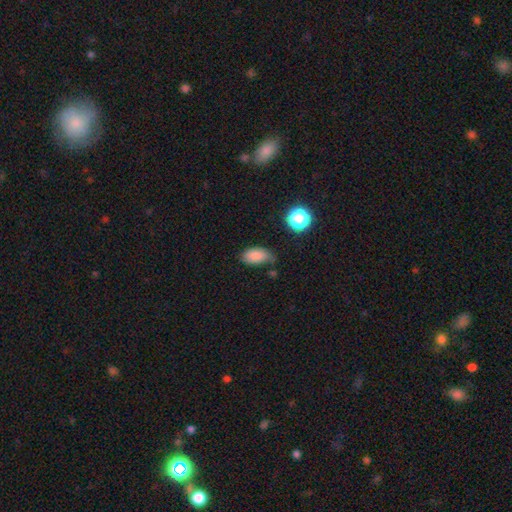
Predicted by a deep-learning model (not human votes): smooth-or-featured: smooth: 84% | star or artifact: 10% | featured or disk: 6%
  how-rounded: in between: 91% | round: 6% | cigar-shaped: 3%
  merging: none: 63% | minor disturbance: 27% | major disturbance: 5% | merger: 4%